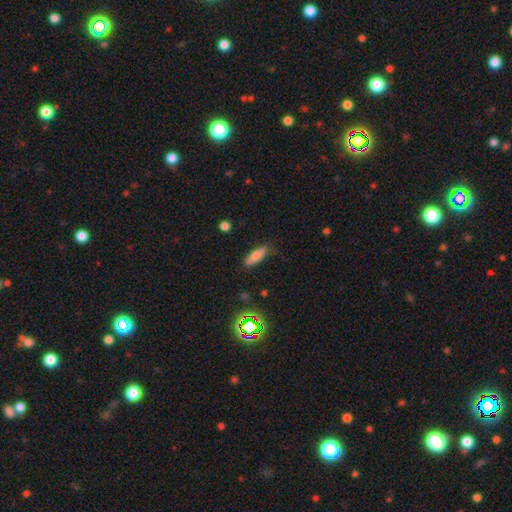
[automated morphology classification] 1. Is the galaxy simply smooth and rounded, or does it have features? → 69% smooth, 21% featured or disk, 10% star or artifact.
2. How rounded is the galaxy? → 52% in between, 46% cigar-shaped, 3% round.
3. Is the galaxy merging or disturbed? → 77% none, 18% minor disturbance, 4% major disturbance, 2% merger.